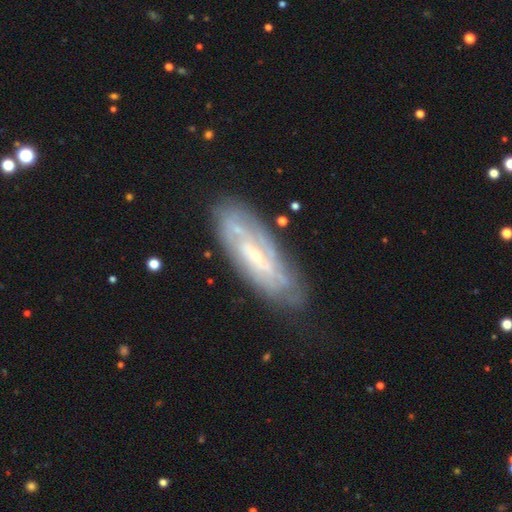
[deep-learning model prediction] A featured or disk galaxy (74%) with no bar (42%), spiral arms (78%) and a small central bulge (69%).

Vote fractions:
- Smooth or featured? featured or disk: 74% / smooth: 19% / star or artifact: 7%
- Edge-on disk? no: 80% / yes: 20%
- Bar? no: 42% / weak: 41% / strong: 17%
- Spiral arms? yes: 78% / no: 22%
- Bulge size? small: 69% / moderate: 24% / none: 5% / large: 2% / dominant: 1%
- Merging? none: 72% / minor disturbance: 20% / major disturbance: 6% / merger: 2%